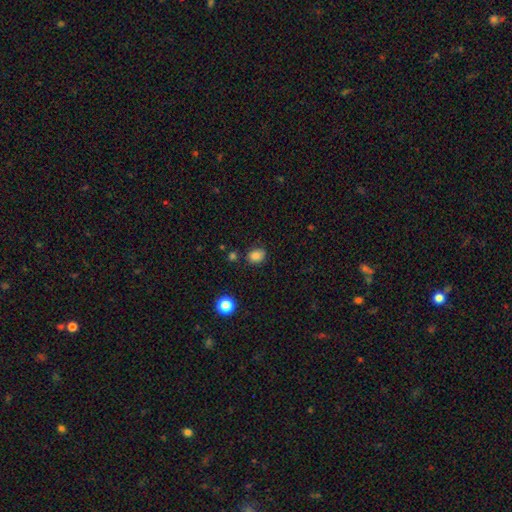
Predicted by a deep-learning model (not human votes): Overall: smooth (83%). How rounded: in between (51%; round 48%). Merging: none (77%).